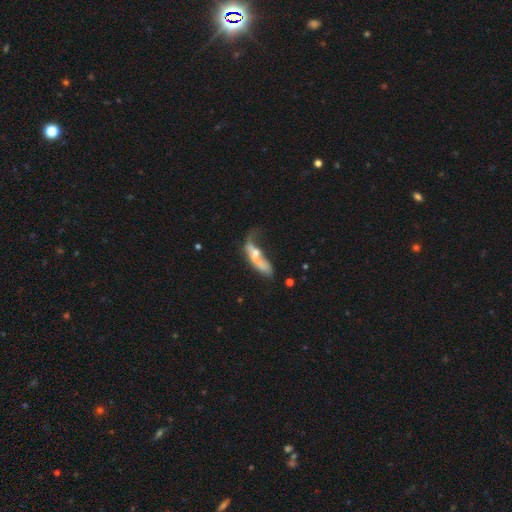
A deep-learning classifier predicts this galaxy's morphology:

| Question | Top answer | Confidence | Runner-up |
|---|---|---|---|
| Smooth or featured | featured or disk | 48% | smooth (43%) |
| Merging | major disturbance | 34% | merger (31%) |